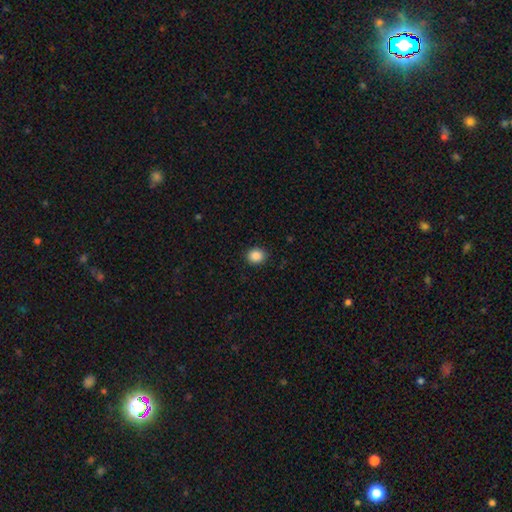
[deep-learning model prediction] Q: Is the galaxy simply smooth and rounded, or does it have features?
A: smooth — 88%.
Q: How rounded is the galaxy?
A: round — 72%.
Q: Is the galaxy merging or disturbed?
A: none — 90%.